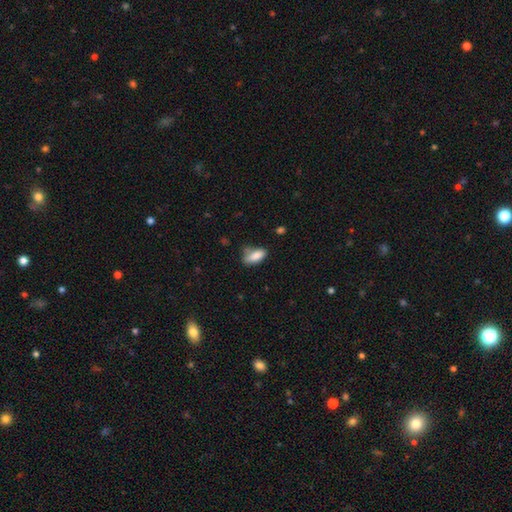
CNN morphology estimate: smooth-or-featured: smooth: 83% | featured or disk: 9% | star or artifact: 8%
  how-rounded: in between: 83% | cigar-shaped: 14% | round: 3%
  merging: none: 50% | minor disturbance: 32% | major disturbance: 10% | merger: 9%